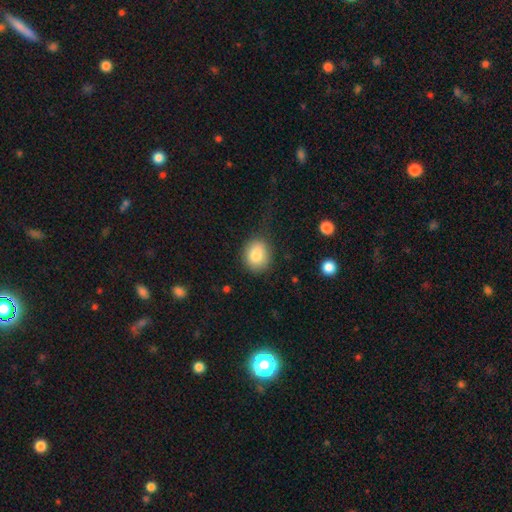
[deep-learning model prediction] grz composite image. It shows a smooth galaxy with no disk features (83%) that is round (63%). Merging: none (73%).